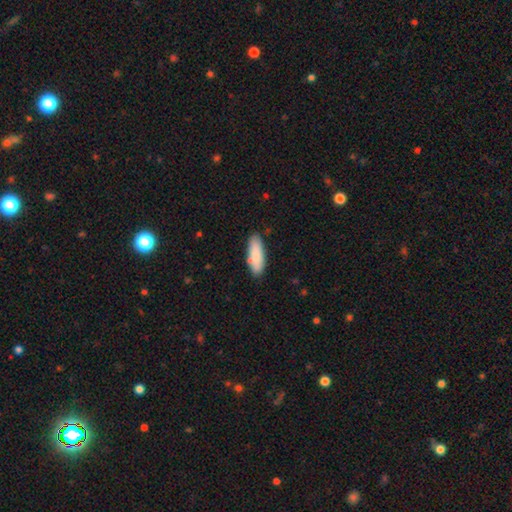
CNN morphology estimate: smooth 85%, featured or disk 10%, star or artifact 6%. Down the decision tree: how rounded — in between (61%); merging — none (80%).